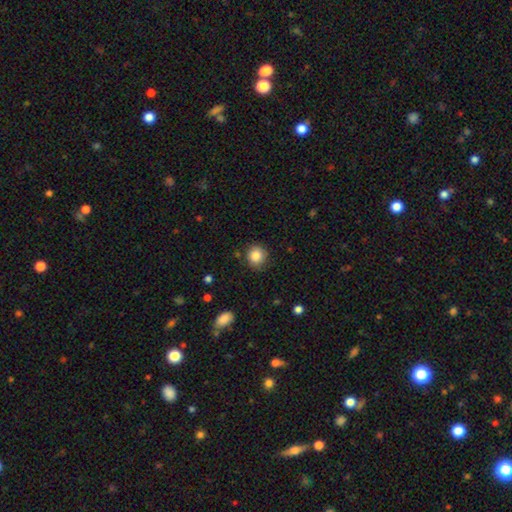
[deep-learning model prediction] Smooth or featured? smooth (85%)
How rounded? round (88%)
Merging? none (85%)